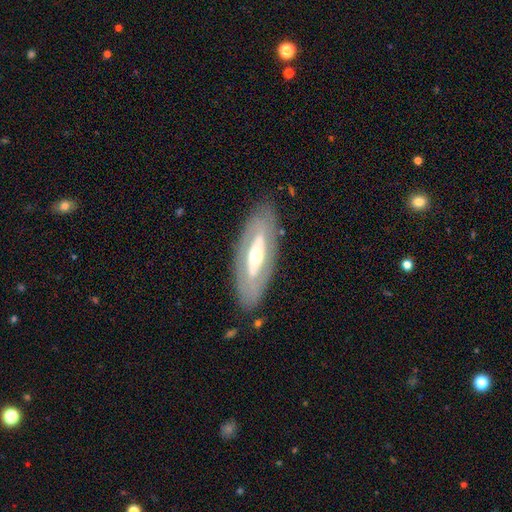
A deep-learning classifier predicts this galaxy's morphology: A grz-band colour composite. It shows a featured or disk galaxy (68%) with no bar (56%), no spiral arms (72%) and a moderate central bulge (65%). Merging: none (83%).